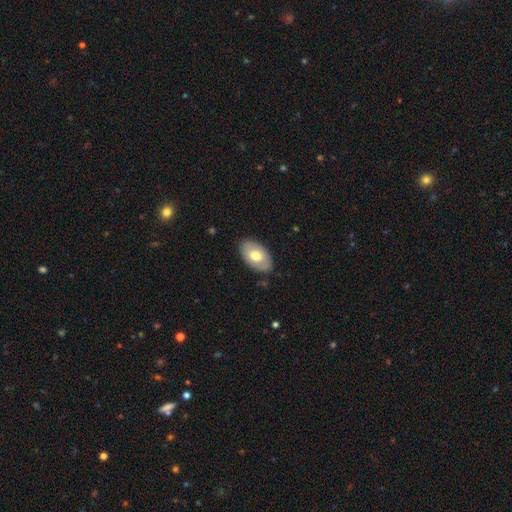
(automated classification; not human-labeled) Morphology: type=smooth (66%); roundness=in between (93%); merging=none (84%).